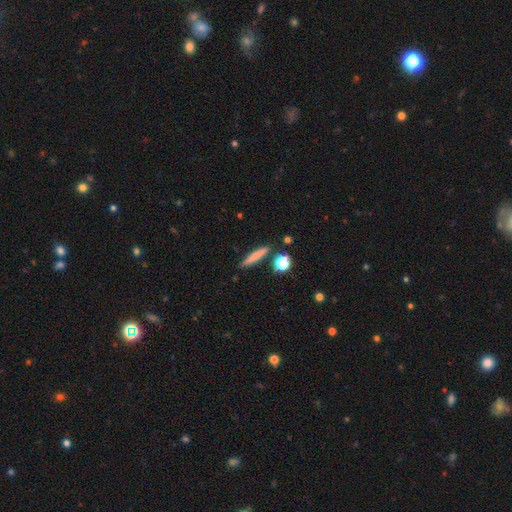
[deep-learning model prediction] Morphology: type=smooth (71%); roundness=cigar-shaped (89%); merging=none (84%).